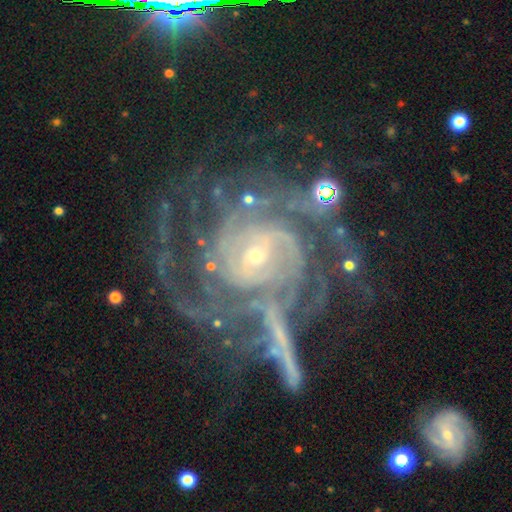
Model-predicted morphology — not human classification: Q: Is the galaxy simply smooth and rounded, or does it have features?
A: featured or disk — 78%.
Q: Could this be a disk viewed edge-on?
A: no — 95%.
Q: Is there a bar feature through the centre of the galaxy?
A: no — 57%.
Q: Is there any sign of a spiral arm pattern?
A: yes — 92%.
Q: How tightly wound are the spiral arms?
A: tight — 58%.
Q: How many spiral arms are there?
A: can't tell — 29%.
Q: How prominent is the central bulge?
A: small — 74%.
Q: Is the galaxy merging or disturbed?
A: none — 54%.